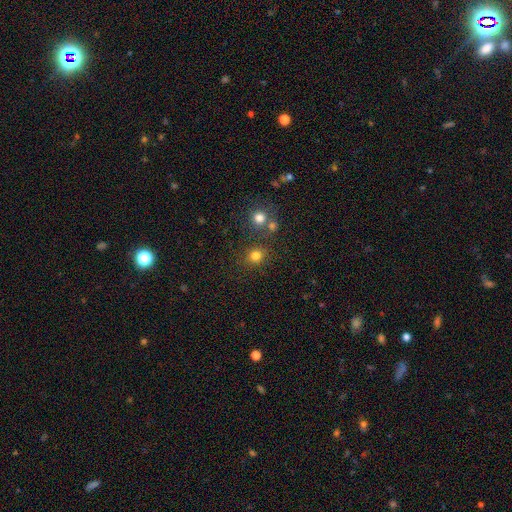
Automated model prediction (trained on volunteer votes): Smooth or featured?
  - smooth: 78% *
  - star or artifact: 16%
  - featured or disk: 6%
How rounded?
  - round: 85% *
  - in between: 14%
  - cigar-shaped: 1%
Merging?
  - none: 77% *
  - merger: 11%
  - minor disturbance: 9%
  - major disturbance: 4%